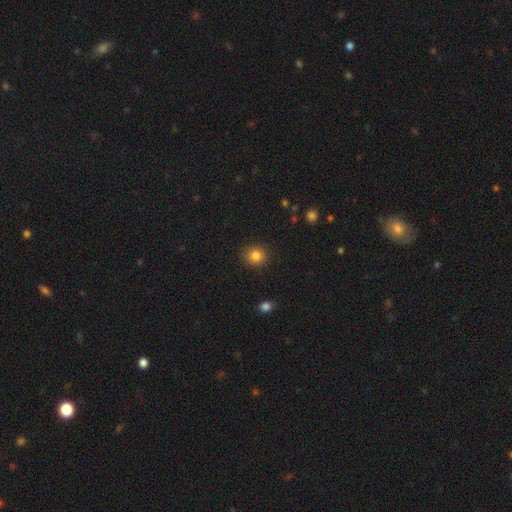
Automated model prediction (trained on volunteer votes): A smooth galaxy with no disk features (83%) that is round (83%).

Vote fractions:
- Smooth or featured? smooth: 83% / star or artifact: 11% / featured or disk: 6%
- How rounded? round: 83% / in between: 16% / cigar-shaped: 1%
- Merging? none: 90% / minor disturbance: 7% / major disturbance: 2% / merger: 1%